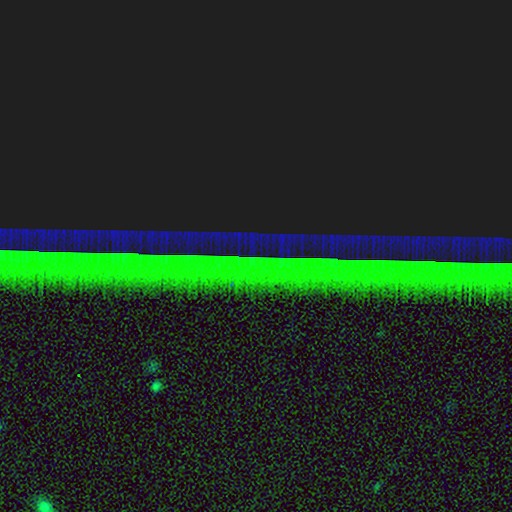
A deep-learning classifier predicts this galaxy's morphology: The model was most divided on "smooth or featured": star or artifact: 84%, featured or disk: 9%, smooth: 8%.